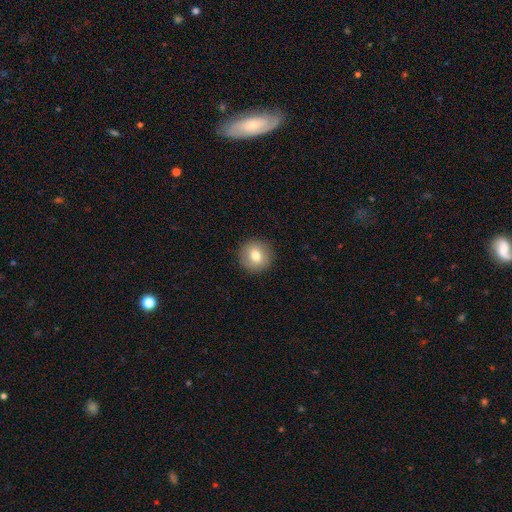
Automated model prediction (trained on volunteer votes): A smooth galaxy with no disk features (76%) that is round (94%). Merging: none (91%).